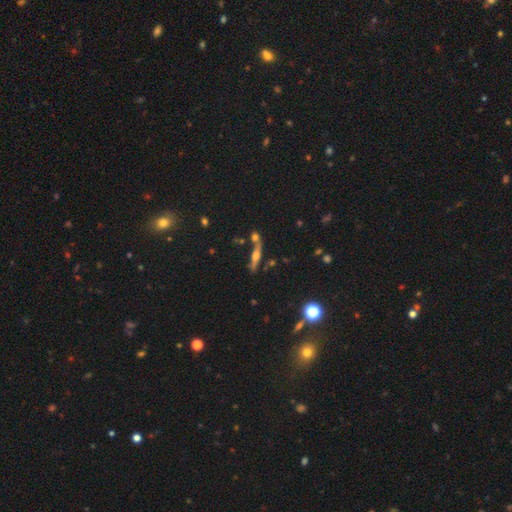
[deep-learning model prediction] smooth-or-featured: featured or disk: 64% | smooth: 25% | star or artifact: 11%
  disk-edge-on: yes: 92% | no: 8%
    edge-on-bulge: rounded: 89% | boxy: 6% | none: 5%
  merging: none: 64% | merger: 20% | minor disturbance: 12% | major disturbance: 4%